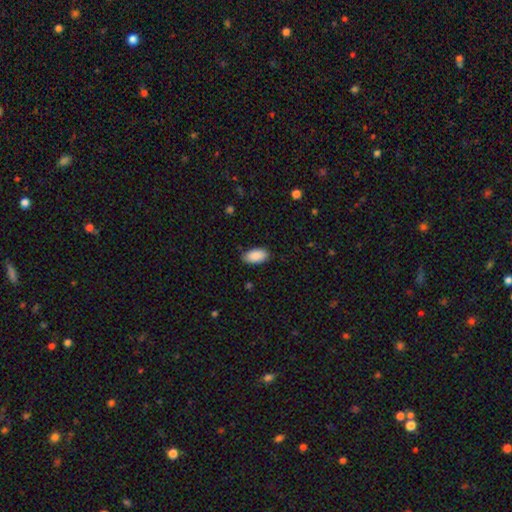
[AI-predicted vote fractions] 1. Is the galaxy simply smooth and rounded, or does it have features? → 90% smooth, 6% star or artifact, 4% featured or disk.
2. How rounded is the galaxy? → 95% in between, 3% cigar-shaped, 2% round.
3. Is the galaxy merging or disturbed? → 85% none, 11% minor disturbance, 2% major disturbance, 1% merger.